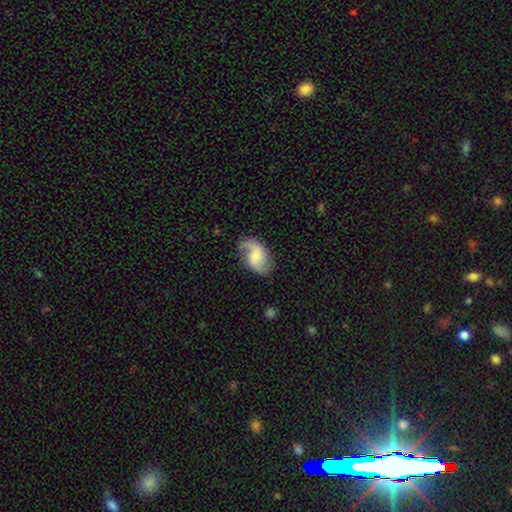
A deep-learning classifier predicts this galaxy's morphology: The model was most divided on "bar": no: 47%, weak: 44%, strong: 9%. Remaining: edge-on disk — no (98%); spiral arms — yes (96%); spiral arm count — 2 (89%); smooth or featured — featured or disk (81%); merging — none (75%); spiral winding — loose (54%); bulge size — small (40%).